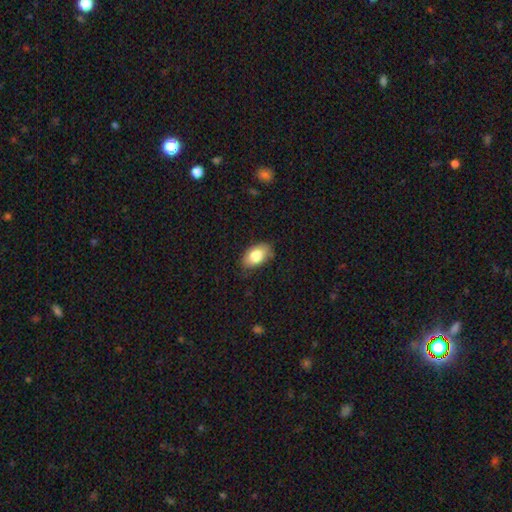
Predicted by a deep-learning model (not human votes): A smooth galaxy with no disk features (81%) that is in between round and cigar-shaped (91%). Merging: none (78%).